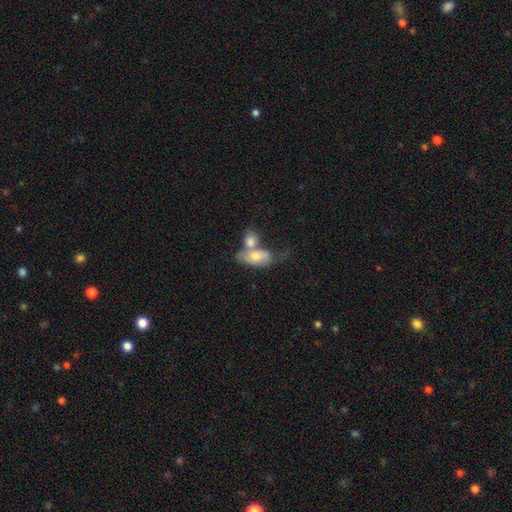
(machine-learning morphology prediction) The model was most divided on "merging": merger: 55%, none: 24%, minor disturbance: 12%, major disturbance: 9%. More confident: how rounded — in between (84%); smooth or featured — smooth (65%).